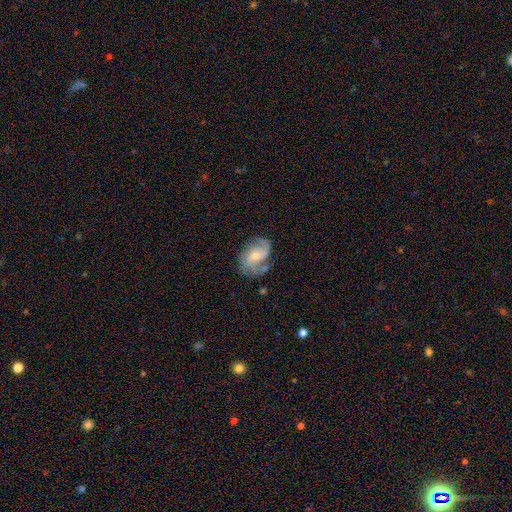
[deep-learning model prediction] This appears to be a featured or disk galaxy (72%) with no bar (45%), 2 (65%) medium (42%) spiral arms (90%) and a small central bulge (49%). Merging: none (58%).